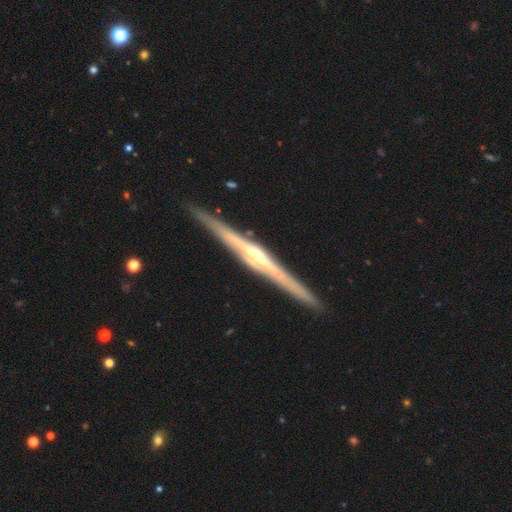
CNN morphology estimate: This is clearly a featured or disk galaxy (84%). It is clearly viewed edge-on (98%). Edge-on bulge: likely rounded (72%). Merging: clearly none (89%).